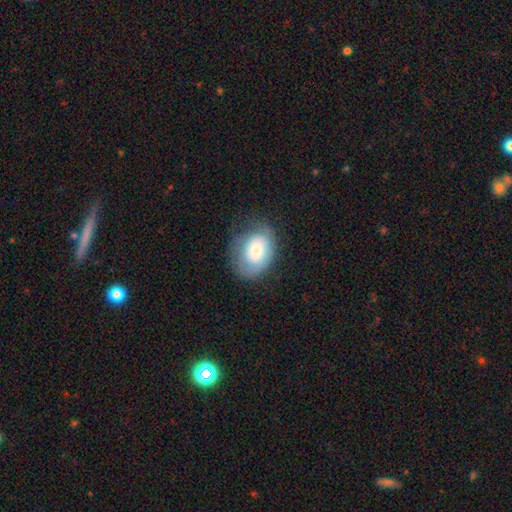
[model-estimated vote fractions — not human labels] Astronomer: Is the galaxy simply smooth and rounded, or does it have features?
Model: smooth — 70%.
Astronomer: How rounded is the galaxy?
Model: in between — 69%.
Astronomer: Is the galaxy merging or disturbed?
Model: none — 60%.